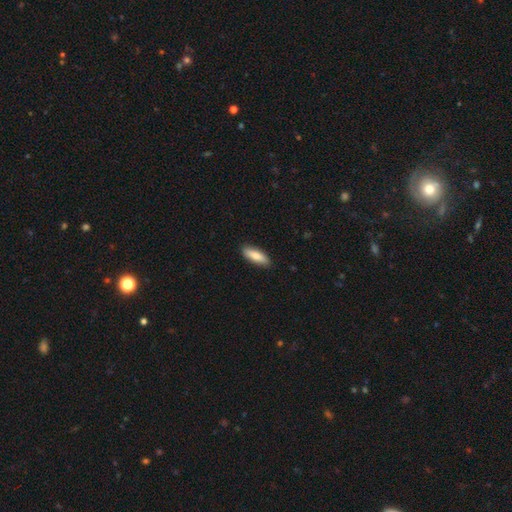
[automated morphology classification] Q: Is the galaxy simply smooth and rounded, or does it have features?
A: smooth — 82%.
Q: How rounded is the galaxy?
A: in between — 54%.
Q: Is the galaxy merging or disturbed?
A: none — 88%.